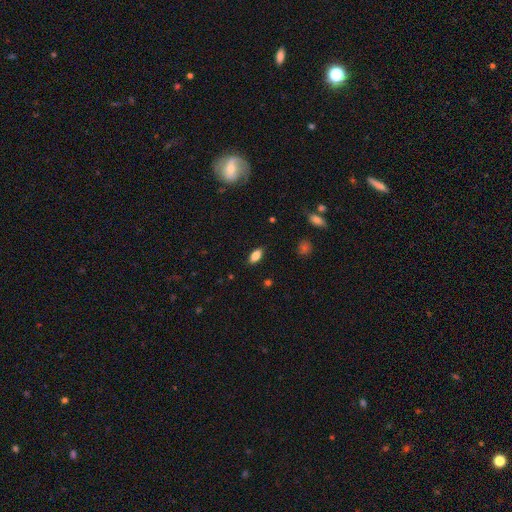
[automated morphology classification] The model was most divided on "smooth or featured": smooth: 82%, featured or disk: 10%, star or artifact: 8%. More confident: how rounded — in between (88%); merging — none (87%).